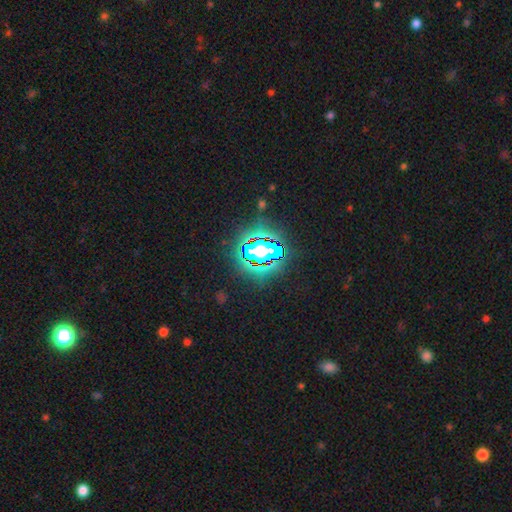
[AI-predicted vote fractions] Q: Smooth or featured?
A: star or artifact (78%); runner-up: smooth (12%)